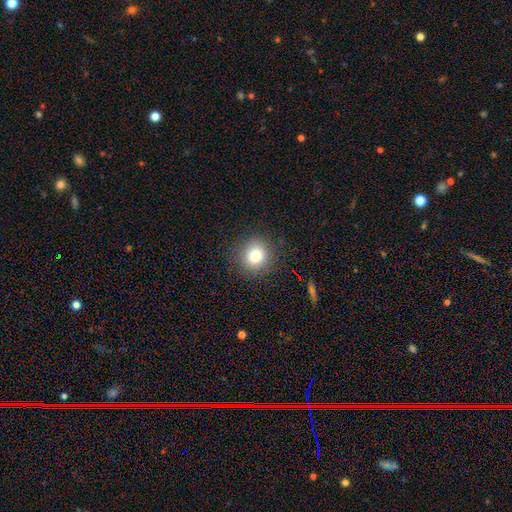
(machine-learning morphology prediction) This appears to be a smooth galaxy with no disk features (78%) that is round (90%). Merging: none (89%).